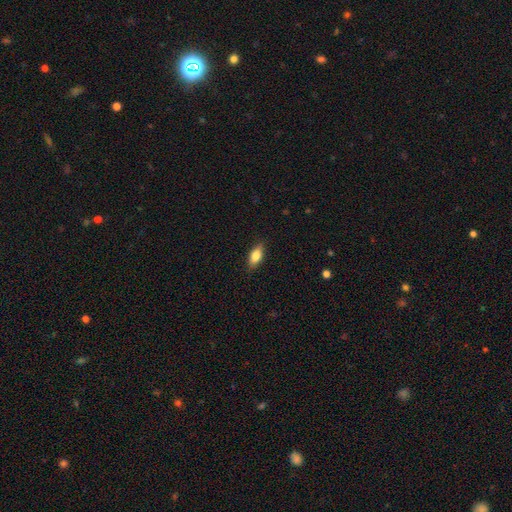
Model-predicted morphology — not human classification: Smooth or featured: smooth — 77% (featured or disk — 16%)
How rounded: in between — 81% (cigar-shaped — 15%)
Merging: none — 86% (minor disturbance — 11%)